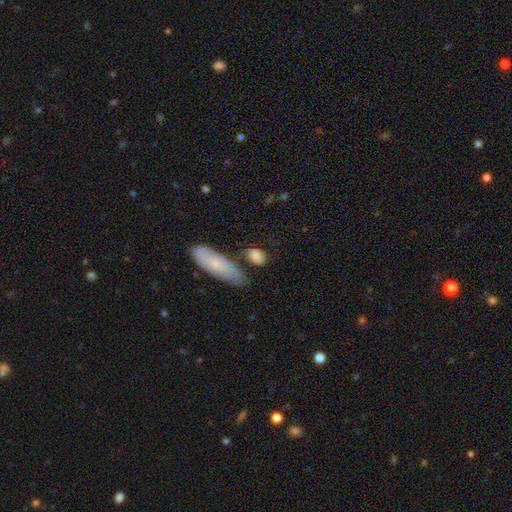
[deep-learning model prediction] Smooth or featured? smooth (80%)
How rounded? in between (65%)
Merging? none (65%)